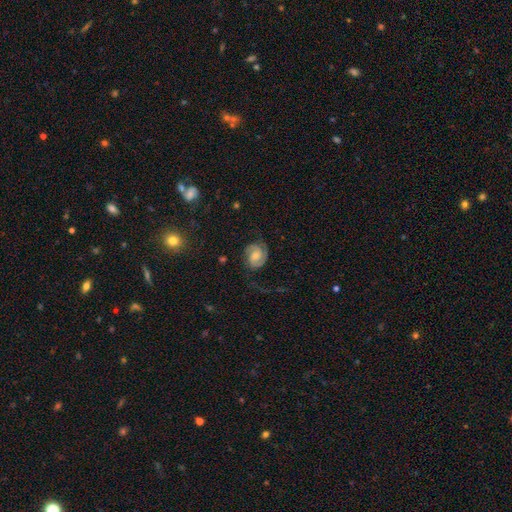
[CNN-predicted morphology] This appears to be a featured or disk galaxy (77%) with no bar (55%), 2 (84%) tight (48%) spiral arms (96%) and a moderate central bulge (47%). Merging: none (69%).